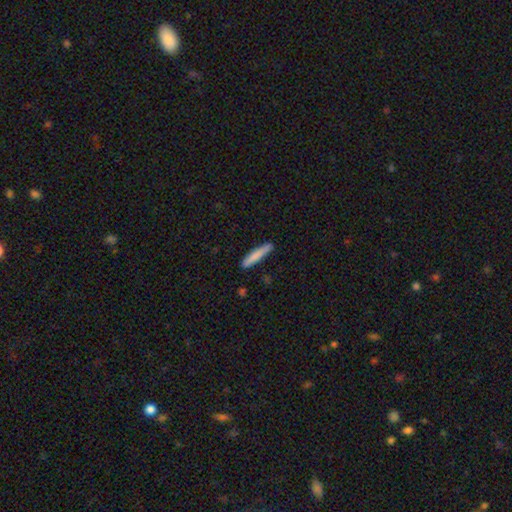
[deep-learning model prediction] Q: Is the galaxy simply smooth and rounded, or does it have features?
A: smooth — 80%.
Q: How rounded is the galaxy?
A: cigar-shaped — 92%.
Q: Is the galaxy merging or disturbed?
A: none — 86%.